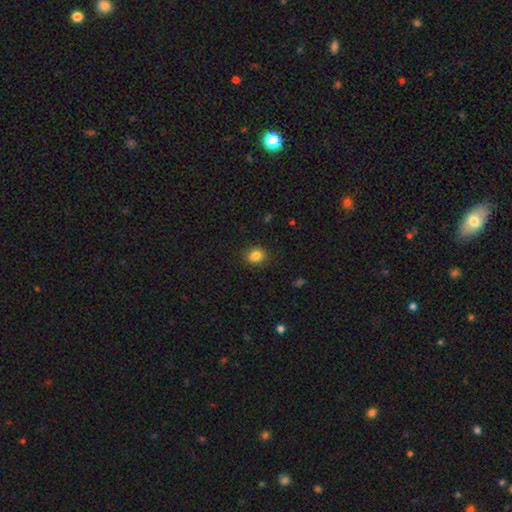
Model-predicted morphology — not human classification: Smooth or featured? Predicted: smooth (p=0.85). How rounded? Predicted: round (p=0.50). Merging? Predicted: none (p=0.85).